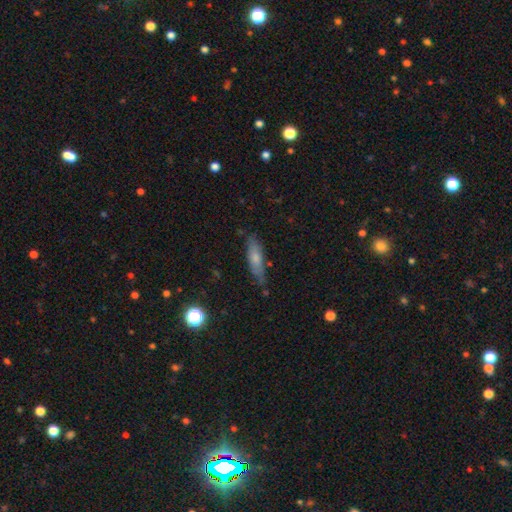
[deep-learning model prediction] A smooth galaxy with no disk features (53%) that is cigar-shaped (65%). Merging: none (75%).